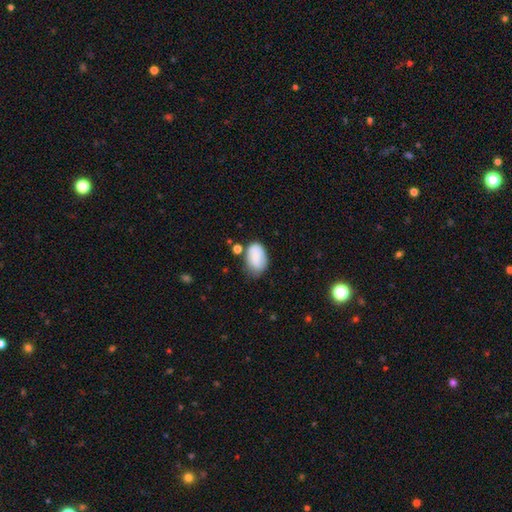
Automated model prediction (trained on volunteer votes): This appears to be a smooth galaxy with no disk features (78%) that is in between round and cigar-shaped (86%). Merging: none (52%).